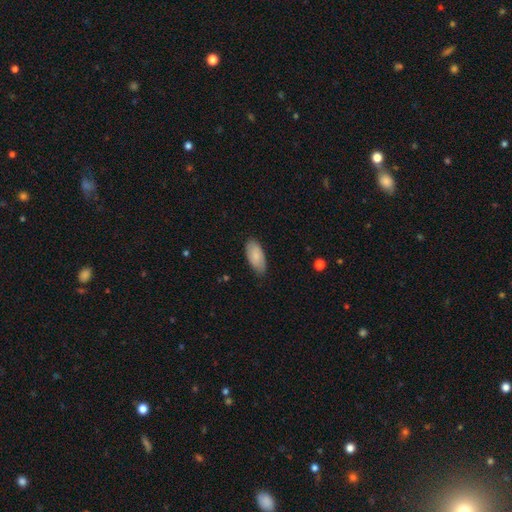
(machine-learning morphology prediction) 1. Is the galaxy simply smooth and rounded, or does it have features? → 82% smooth, 13% featured or disk, 6% star or artifact.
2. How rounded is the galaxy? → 92% in between, 7% cigar-shaped, 2% round.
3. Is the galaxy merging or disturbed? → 77% none, 19% minor disturbance, 3% major disturbance, 1% merger.